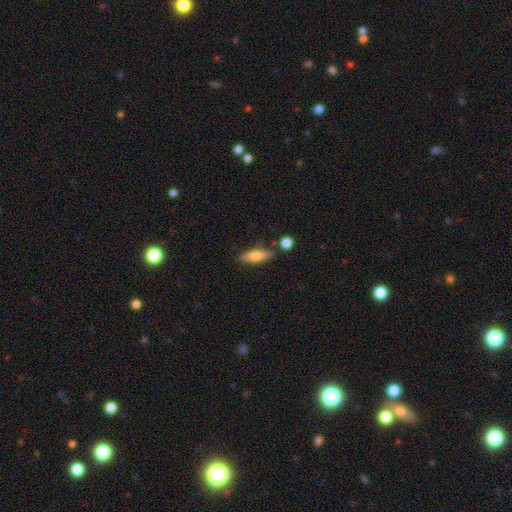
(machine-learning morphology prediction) A smooth galaxy with no disk features (68%) that is in between round and cigar-shaped (49%).

Vote fractions:
- Smooth or featured? smooth: 68% / featured or disk: 26% / star or artifact: 7%
- How rounded? in between: 49% / cigar-shaped: 48% / round: 3%
- Merging? none: 74% / minor disturbance: 14% / merger: 8% / major disturbance: 4%